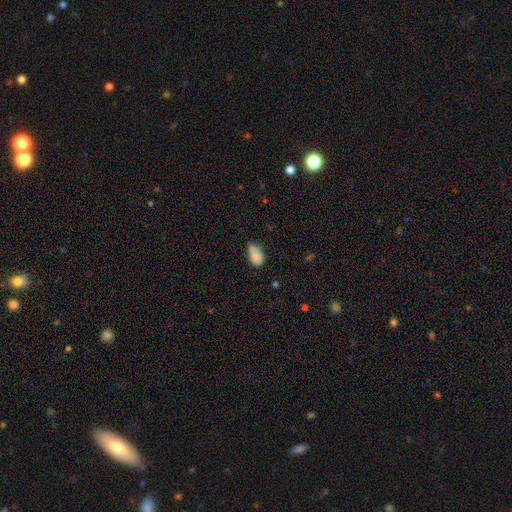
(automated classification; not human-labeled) Q: Smooth or featured?
A: smooth (81%); runner-up: featured or disk (10%)
Q: How rounded?
A: in between (91%); runner-up: round (7%)
Q: Merging?
A: none (47%); runner-up: minor disturbance (35%)